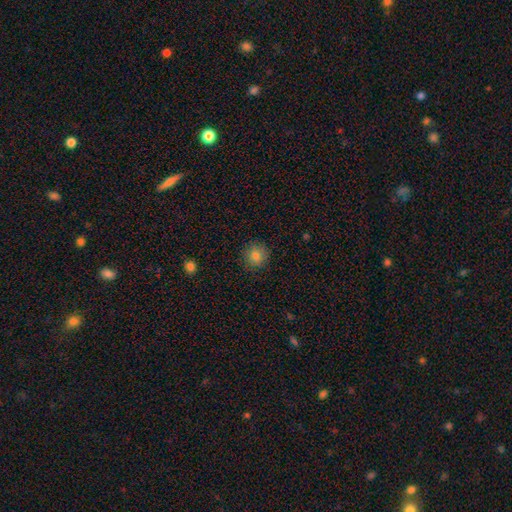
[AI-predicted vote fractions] Smooth or featured? smooth (82%)
How rounded? round (91%)
Merging? none (89%)